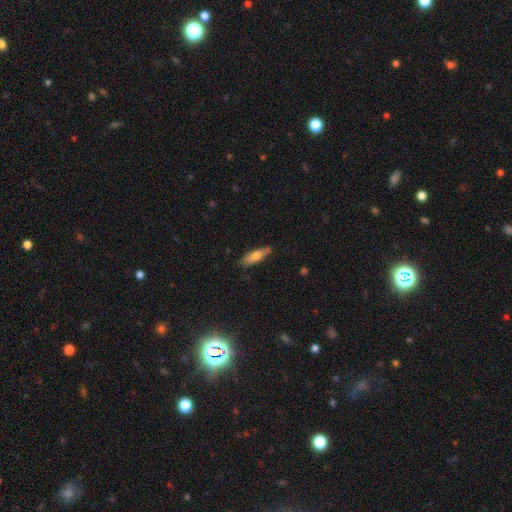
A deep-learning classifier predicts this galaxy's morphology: Smooth or featured: smooth — 66% (featured or disk — 28%)
How rounded: cigar-shaped — 60% (in between — 38%)
Merging: none — 79% (minor disturbance — 16%)